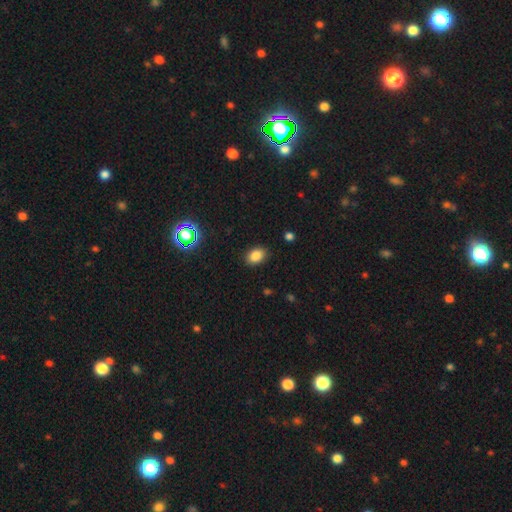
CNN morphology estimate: This is clearly a smooth galaxy (83%). How rounded: clearly in between (80%). Merging: clearly none (87%).